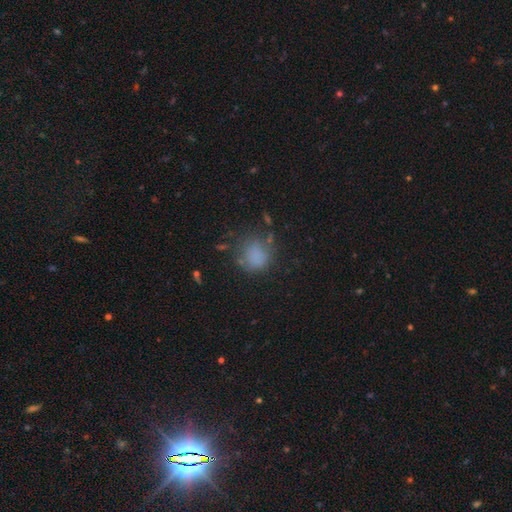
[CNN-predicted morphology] Smooth or featured?
  - smooth: 75% *
  - star or artifact: 13%
  - featured or disk: 12%
How rounded?
  - round: 75% *
  - in between: 24%
  - cigar-shaped: 1%
Merging?
  - none: 56% *
  - minor disturbance: 23%
  - major disturbance: 15%
  - merger: 6%